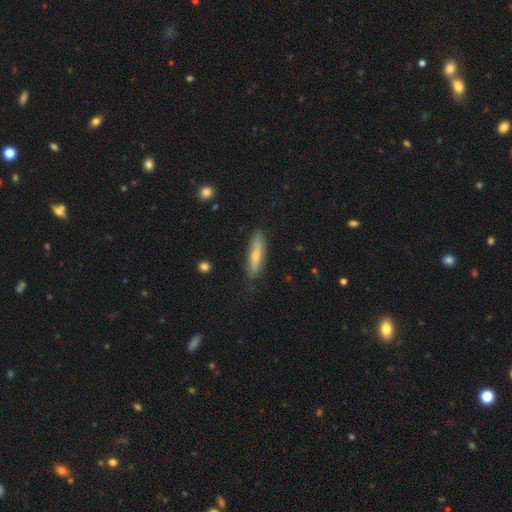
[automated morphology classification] This appears to be a smooth galaxy with no disk features (49%). Merging: none (81%).